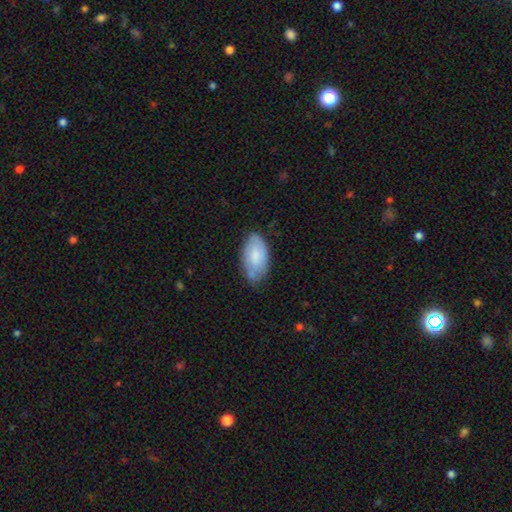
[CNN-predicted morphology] This is likely a smooth galaxy (76%). How rounded: clearly in between (95%). Merging: likely none (63%).